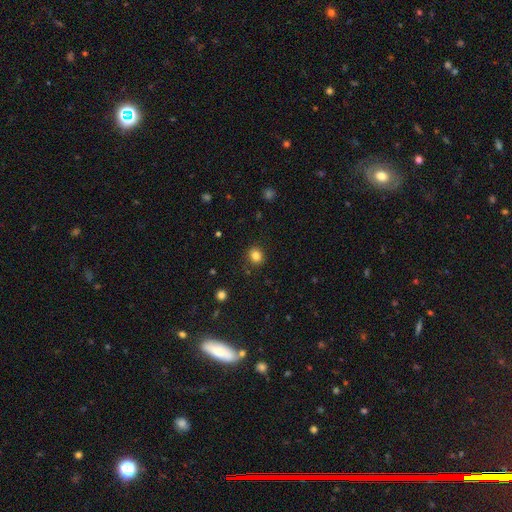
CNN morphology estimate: Smooth or featured: smooth — 84% (star or artifact — 12%)
How rounded: round — 74% (in between — 25%)
Merging: none — 88% (minor disturbance — 8%)